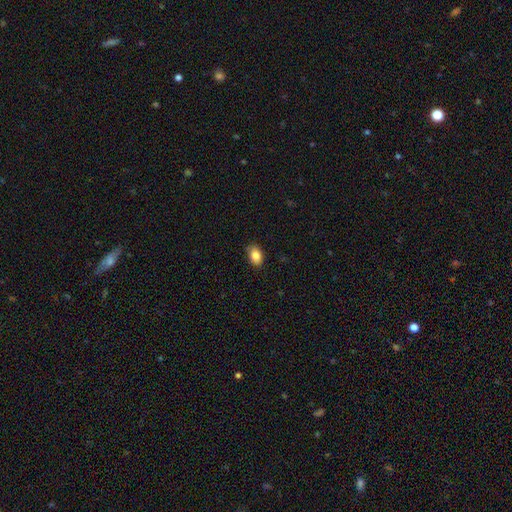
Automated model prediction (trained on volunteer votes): Smooth or featured? Predicted: smooth (p=0.85). How rounded? Predicted: in between (p=0.84). Merging? Predicted: none (p=0.85).